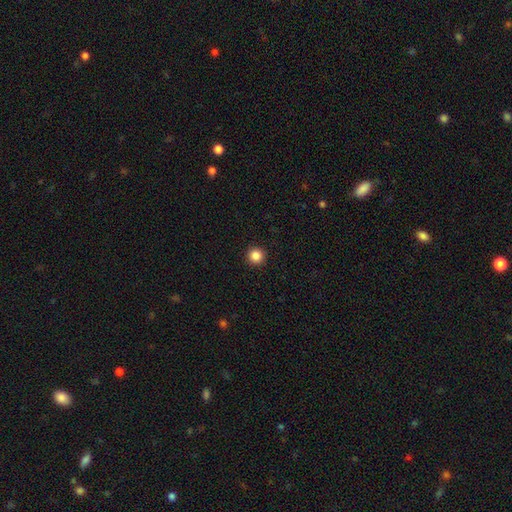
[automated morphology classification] This is clearly a smooth galaxy (86%). How rounded: clearly round (96%). Merging: clearly none (94%).